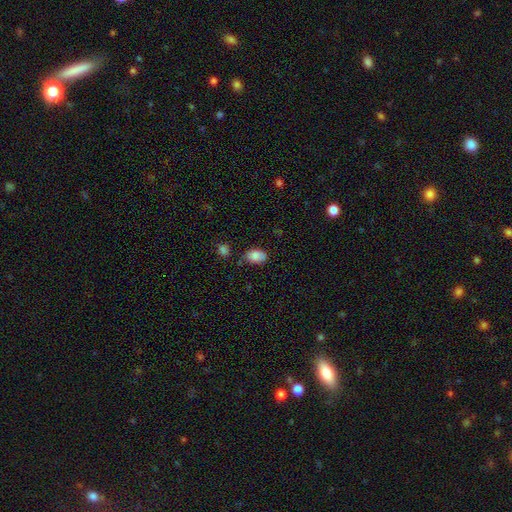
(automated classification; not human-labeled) This appears to be a smooth galaxy with no disk features (86%) that is in between round and cigar-shaped (88%). Merging: none (63%).